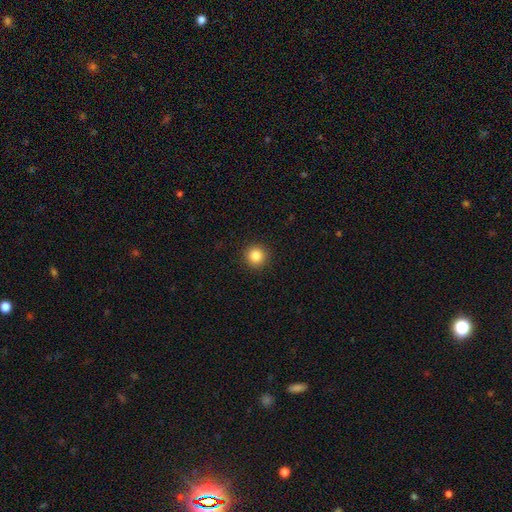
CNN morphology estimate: A smooth galaxy with no disk features (85%) that is round (95%).

Vote fractions:
- Smooth or featured? smooth: 85% / star or artifact: 11% / featured or disk: 4%
- How rounded? round: 95% / in between: 4% / cigar-shaped: 1%
- Merging? none: 93% / minor disturbance: 5% / major disturbance: 2% / merger: 1%